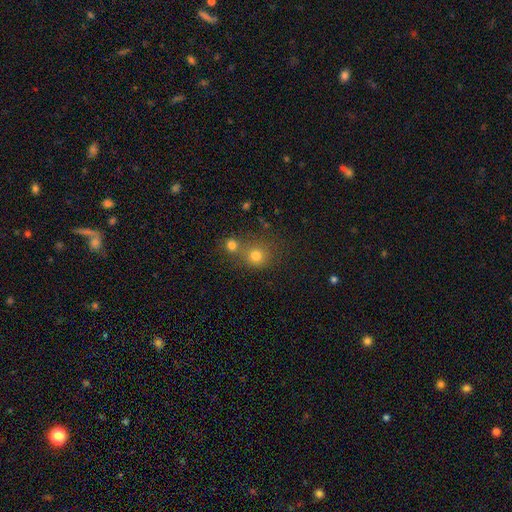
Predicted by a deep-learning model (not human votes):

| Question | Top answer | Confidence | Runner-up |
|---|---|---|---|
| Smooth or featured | smooth | 76% | star or artifact (16%) |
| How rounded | round | 86% | in between (13%) |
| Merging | none | 52% | merger (36%) |